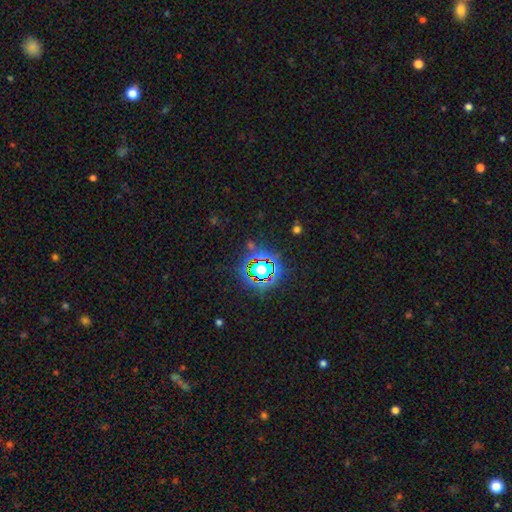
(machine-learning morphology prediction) Smooth or featured? Predicted: star or artifact (p=0.77).